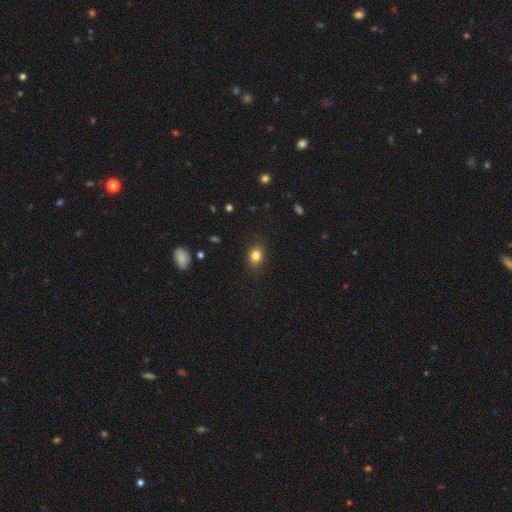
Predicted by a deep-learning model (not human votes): smooth 83%, star or artifact 11%, featured or disk 6%. Down the decision tree: how rounded — in between (51%); merging — none (87%).